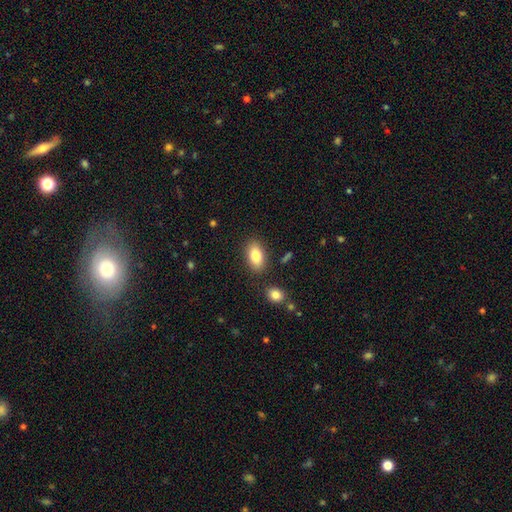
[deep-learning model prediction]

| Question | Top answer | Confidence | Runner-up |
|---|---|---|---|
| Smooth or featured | smooth | 83% | featured or disk (10%) |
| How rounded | in between | 90% | round (5%) |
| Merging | none | 84% | minor disturbance (10%) |